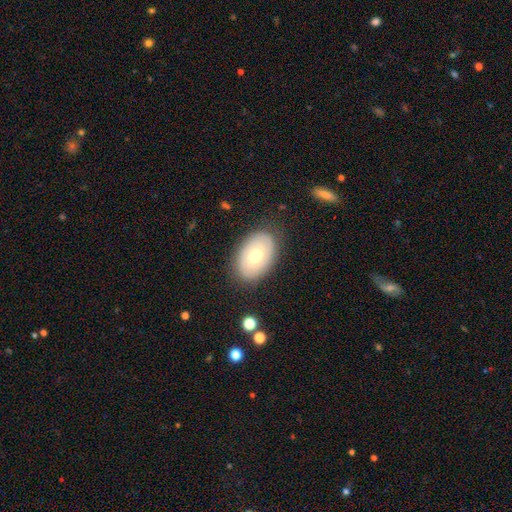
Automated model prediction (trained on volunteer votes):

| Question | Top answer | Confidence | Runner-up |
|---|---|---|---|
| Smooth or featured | smooth | 50% | featured or disk (43%) |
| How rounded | in between | 86% | round (13%) |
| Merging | none | 83% | minor disturbance (12%) |